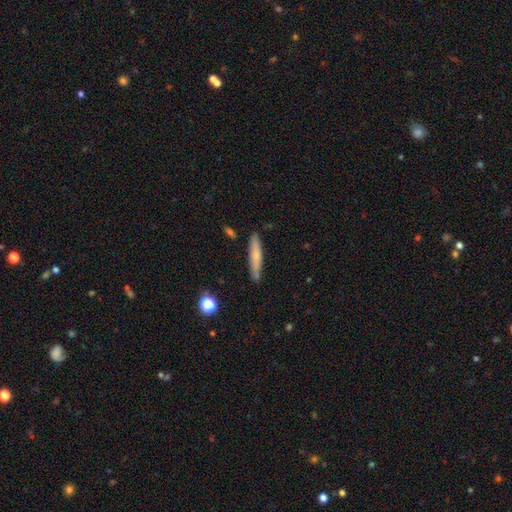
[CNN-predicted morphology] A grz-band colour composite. It shows a smooth galaxy with no disk features (66%) that is cigar-shaped (91%). Merging: none (84%).